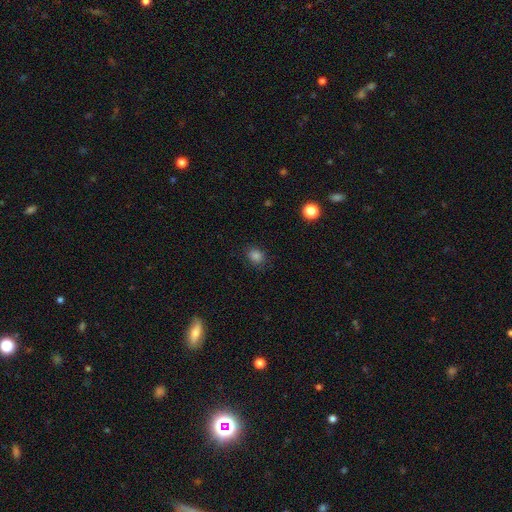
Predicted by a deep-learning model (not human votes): This appears to be a smooth galaxy with no disk features (82%) that is round (55%). Merging: none (84%).